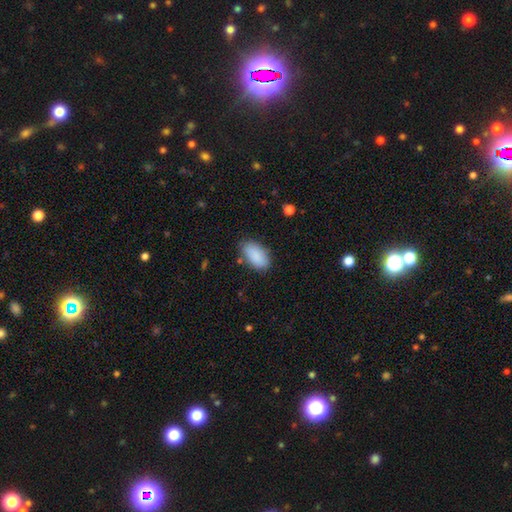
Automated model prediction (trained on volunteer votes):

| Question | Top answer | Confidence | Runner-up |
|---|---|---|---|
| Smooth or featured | smooth | 88% | star or artifact (7%) |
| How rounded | in between | 94% | cigar-shaped (3%) |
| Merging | none | 78% | minor disturbance (16%) |